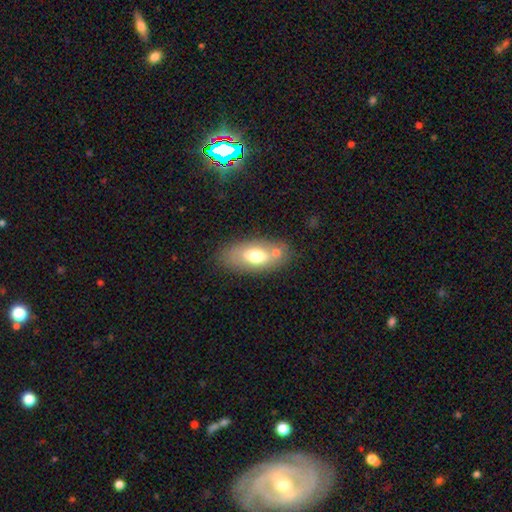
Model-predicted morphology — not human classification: Smooth or featured? Predicted: smooth (p=0.63). How rounded? Predicted: in between (p=0.89). Merging? Predicted: none (p=0.63).